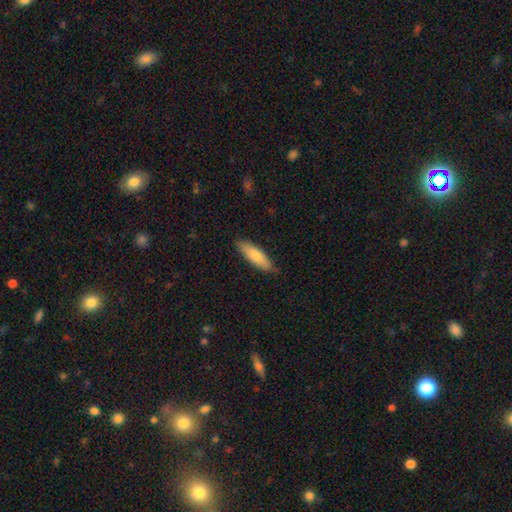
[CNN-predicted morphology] type=smooth (72%); roundness=cigar-shaped (63%); merging=none (87%).